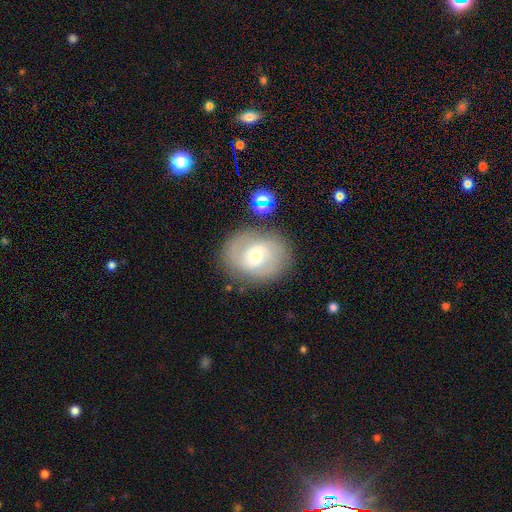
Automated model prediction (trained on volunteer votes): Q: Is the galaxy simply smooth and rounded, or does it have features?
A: featured or disk — 65%.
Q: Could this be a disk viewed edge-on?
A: no — 96%.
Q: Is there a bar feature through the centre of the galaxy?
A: no — 51%.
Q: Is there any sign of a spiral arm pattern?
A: yes — 79%.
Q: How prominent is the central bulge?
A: moderate — 51%.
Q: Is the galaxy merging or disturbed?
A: none — 76%.